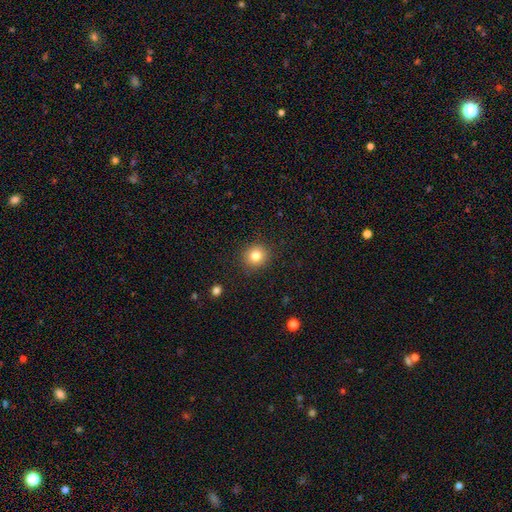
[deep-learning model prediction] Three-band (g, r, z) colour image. It shows a smooth galaxy with no disk features (81%) that is round (88%). Merging: none (89%).